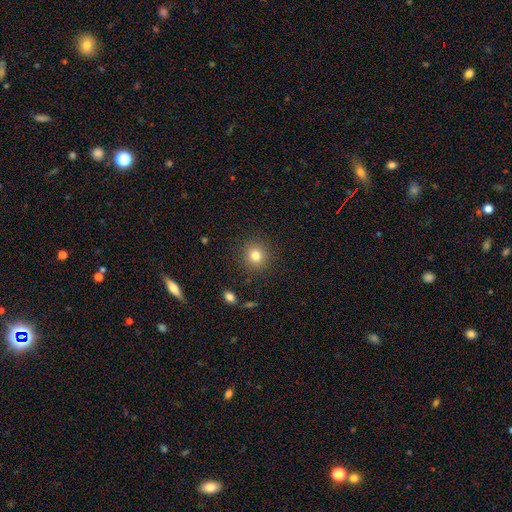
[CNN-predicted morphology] A smooth galaxy with no disk features (80%) that is round (90%). Merging: none (90%).